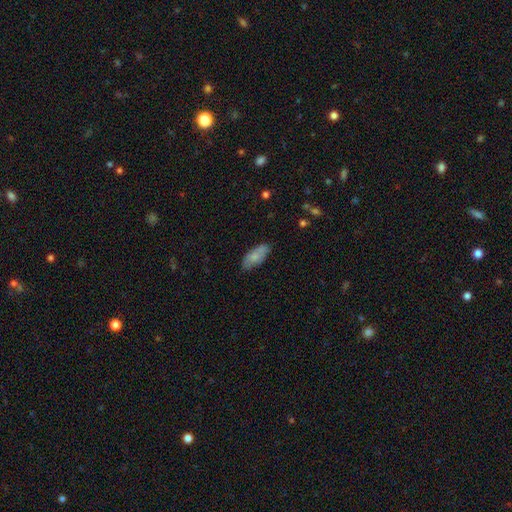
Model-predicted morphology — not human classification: This appears to be a smooth galaxy with no disk features (74%) that is in between round and cigar-shaped (85%). Merging: none (74%).